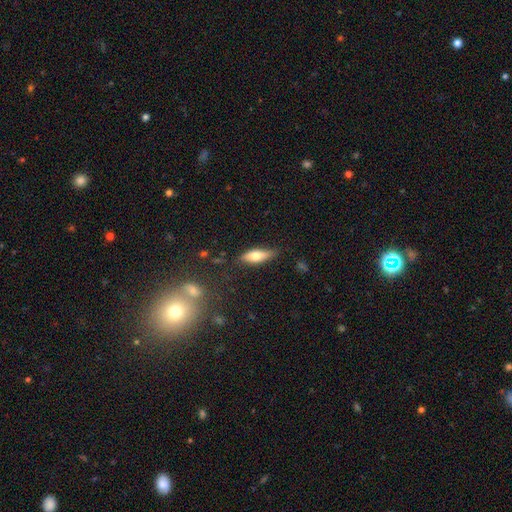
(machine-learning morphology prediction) Overall: smooth (66%; featured or disk 27%). How rounded: in between (57%; cigar-shaped 41%). Merging: none (76%).